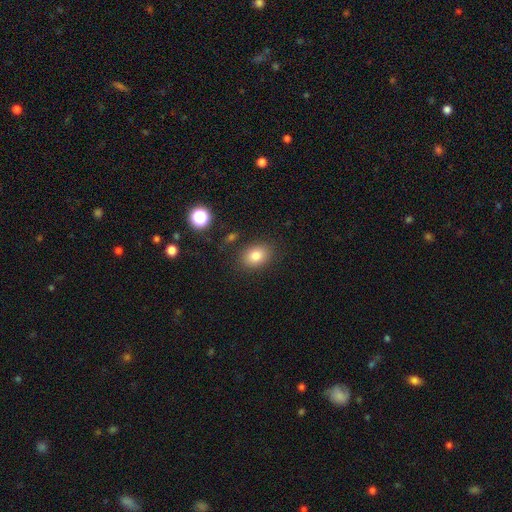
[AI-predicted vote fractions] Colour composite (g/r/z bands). It shows a smooth galaxy with no disk features (82%) that is in between round and cigar-shaped (69%). Merging: none (84%).